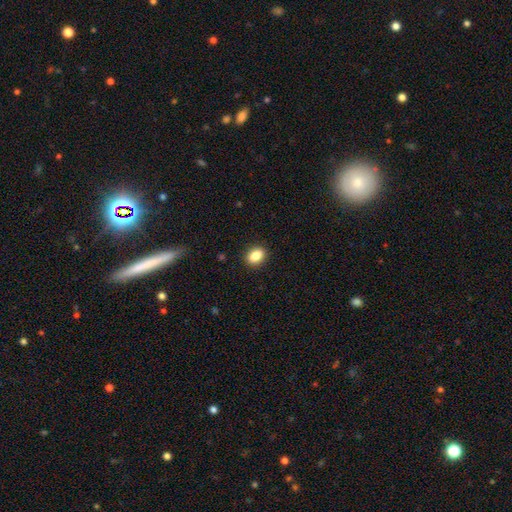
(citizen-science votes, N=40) smooth 78%, featured or disk 12%, star or artifact 10%. Down the decision tree: how rounded — in between (77%); merging — none (89%).